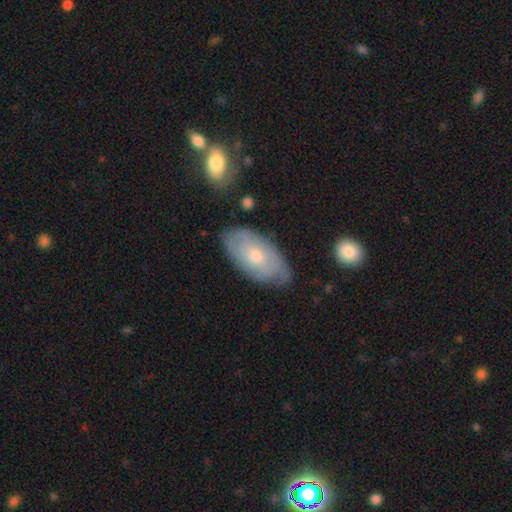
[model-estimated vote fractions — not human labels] Smooth or featured? smooth (47%, tied with featured or disk)
Merging? none (69%)